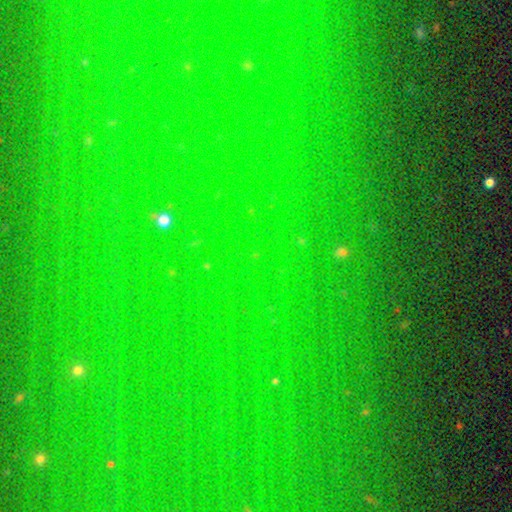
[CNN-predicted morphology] This appears to be a star or artifact, not a galaxy (80%).